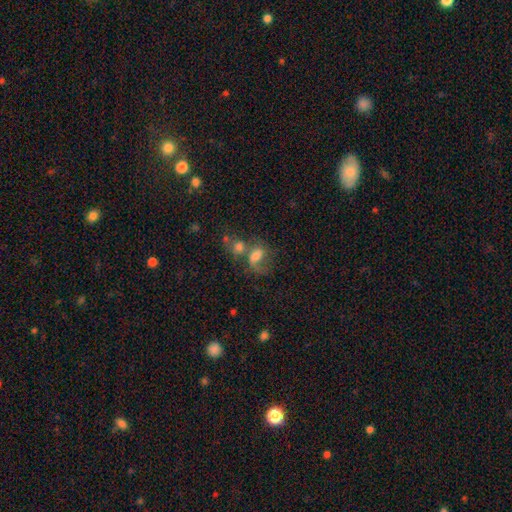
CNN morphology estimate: Smooth or featured? smooth (58%)
How rounded? in between (73%)
Merging? merger (54%)